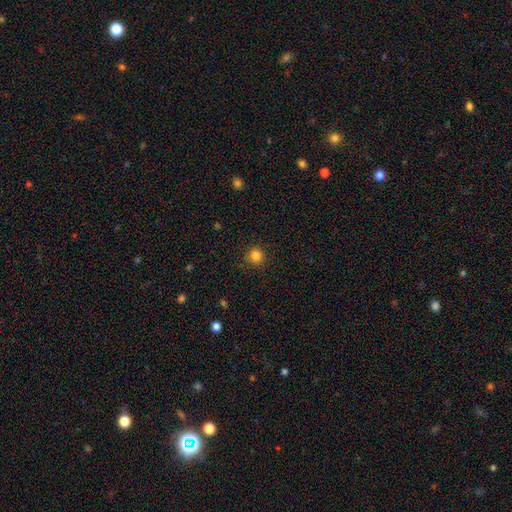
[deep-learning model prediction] Morphology: type=smooth (83%); roundness=round (94%); merging=none (90%).